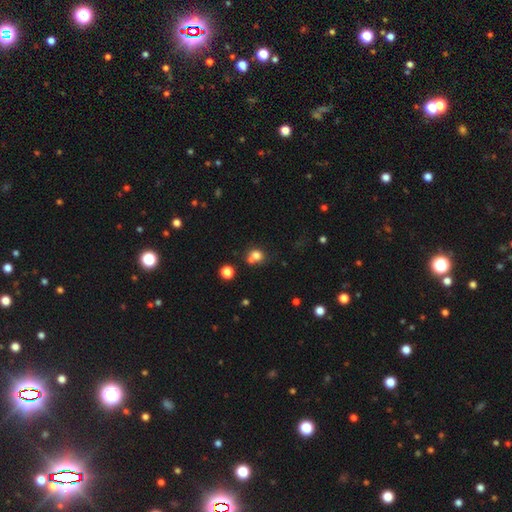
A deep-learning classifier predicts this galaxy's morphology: This is likely a smooth galaxy (75%). How rounded: likely round (78%). Merging: possibly none (47%).